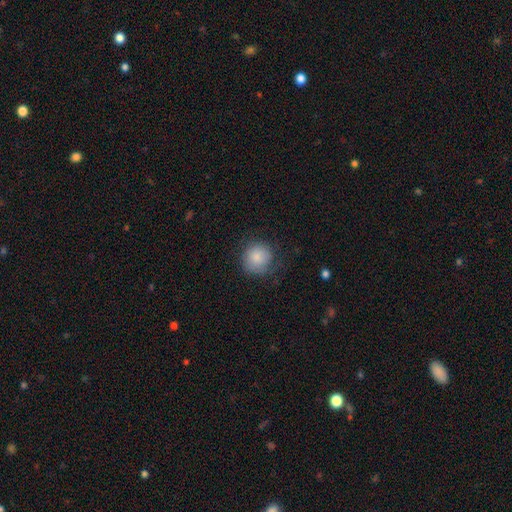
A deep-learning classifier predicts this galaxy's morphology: Smooth or featured: smooth — 84% (featured or disk — 8%)
How rounded: round — 90% (in between — 9%)
Merging: none — 72% (minor disturbance — 20%)